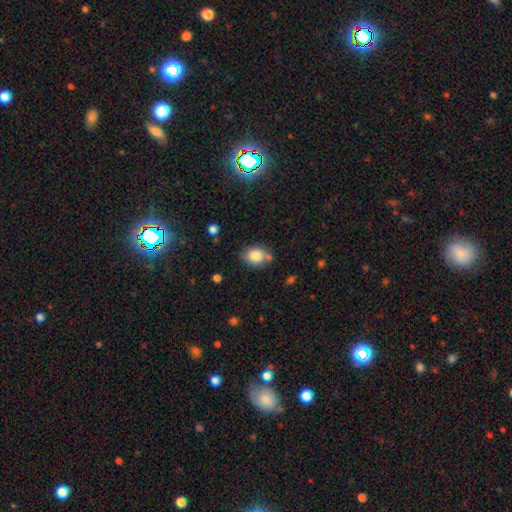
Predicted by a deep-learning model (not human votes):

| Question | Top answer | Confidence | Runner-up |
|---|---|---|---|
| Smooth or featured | smooth | 82% | star or artifact (9%) |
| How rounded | in between | 52% | round (47%) |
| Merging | none | 68% | minor disturbance (17%) |